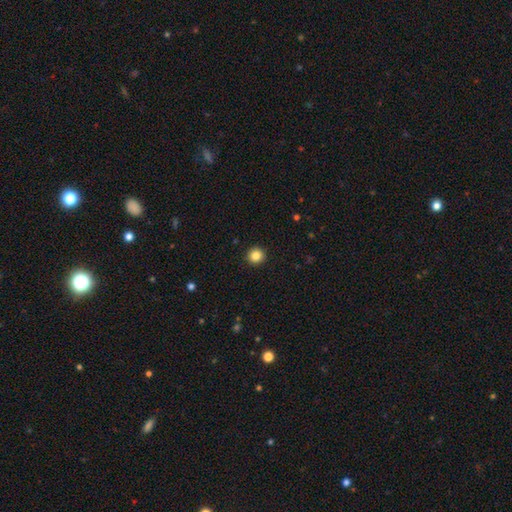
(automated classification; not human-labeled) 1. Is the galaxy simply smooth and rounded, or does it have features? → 85% smooth, 10% star or artifact, 4% featured or disk.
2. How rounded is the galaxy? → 94% round, 5% in between, 1% cigar-shaped.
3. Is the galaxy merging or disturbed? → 93% none, 4% minor disturbance, 2% major disturbance, 1% merger.